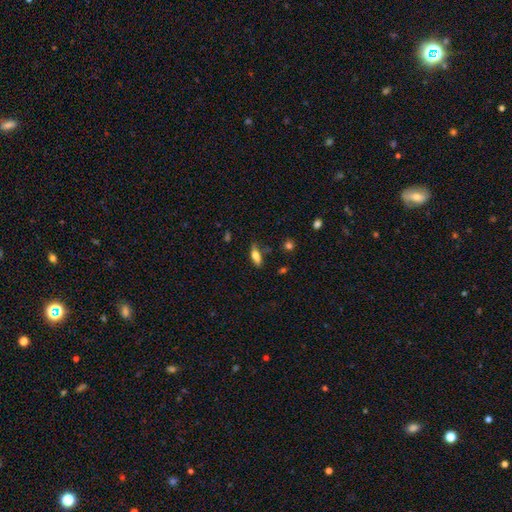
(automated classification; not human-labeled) This appears to be a smooth galaxy with no disk features (68%) that is in between round and cigar-shaped (63%). Merging: none (71%).